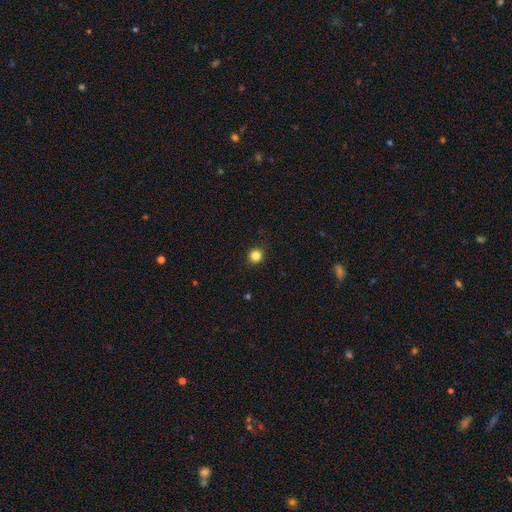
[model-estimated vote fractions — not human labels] A smooth galaxy with no disk features (84%) that is round (95%). Merging: none (92%).